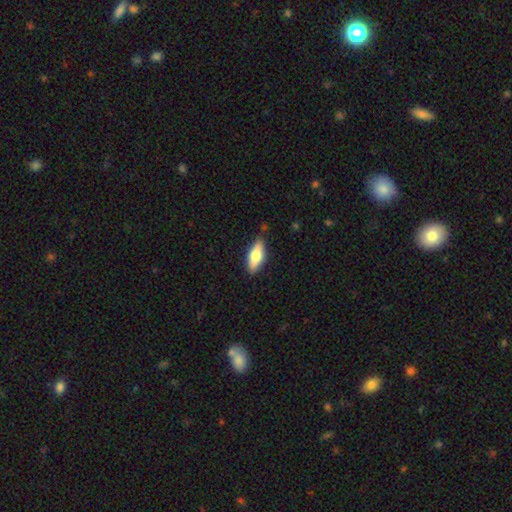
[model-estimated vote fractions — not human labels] Q: Smooth or featured?
A: smooth (66%); runner-up: featured or disk (28%)
Q: How rounded?
A: in between (69%); runner-up: cigar-shaped (29%)
Q: Merging?
A: none (83%); runner-up: minor disturbance (13%)